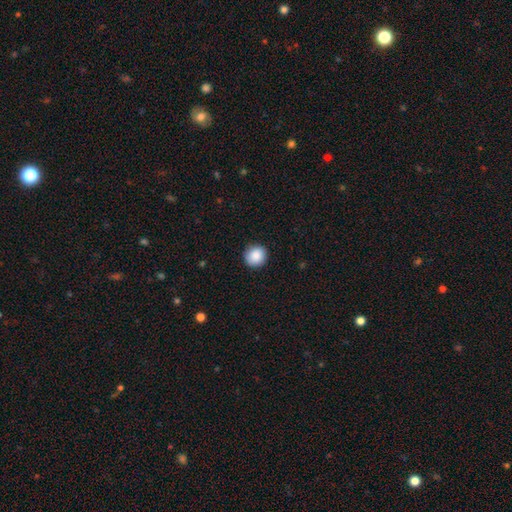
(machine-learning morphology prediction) Smooth or featured?
  - smooth: 89% *
  - star or artifact: 8%
  - featured or disk: 3%
How rounded?
  - round: 91% *
  - in between: 8%
  - cigar-shaped: 1%
Merging?
  - none: 92% *
  - minor disturbance: 6%
  - major disturbance: 2%
  - merger: 1%